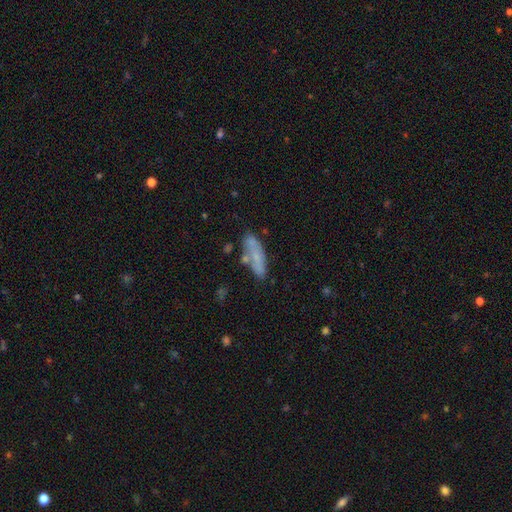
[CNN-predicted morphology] Smooth or featured? Predicted: smooth (p=0.61). How rounded? Predicted: cigar-shaped (p=0.56). Merging? Predicted: none (p=0.62).